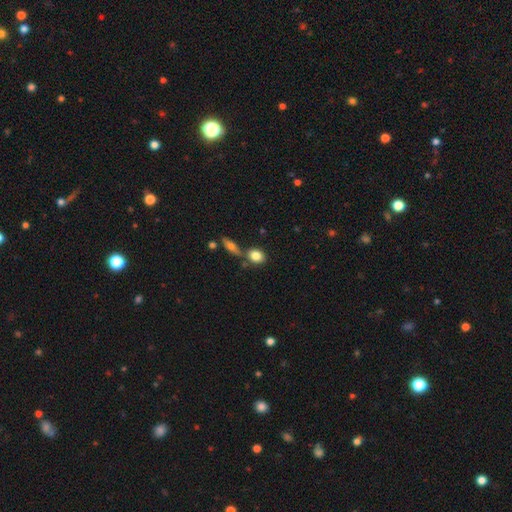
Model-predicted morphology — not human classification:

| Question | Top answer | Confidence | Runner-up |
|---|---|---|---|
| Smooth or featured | smooth | 82% | featured or disk (10%) |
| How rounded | in between | 56% | round (41%) |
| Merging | none | 60% | merger (24%) |